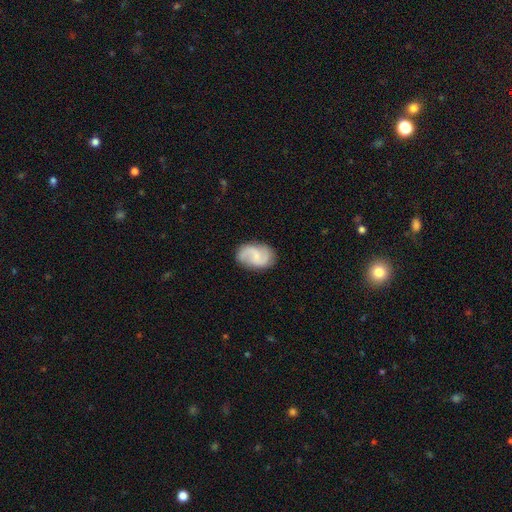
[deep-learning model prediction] Smooth or featured? featured or disk (68%)
Edge-on disk? no (98%)
Bar? weak (49%)
Spiral arms? yes (94%)
Spiral winding? loose (44%)
Spiral arm count? 2 (88%)
Bulge size? small (50%)
Merging? none (79%)